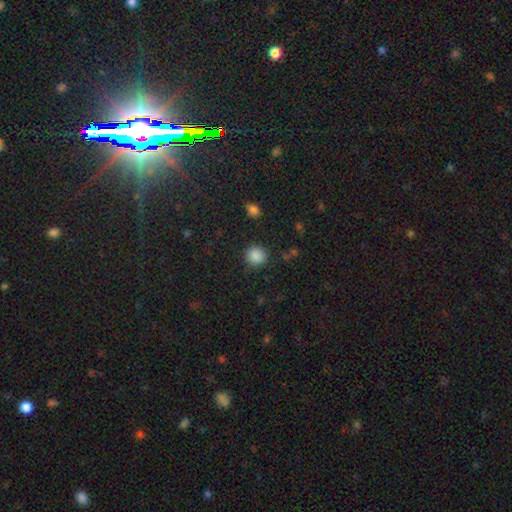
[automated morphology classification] Smooth or featured? smooth (87%)
How rounded? round (89%)
Merging? none (88%)